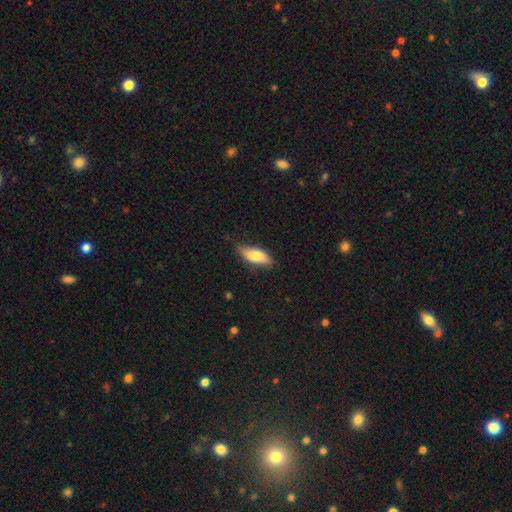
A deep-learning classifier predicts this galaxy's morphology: A smooth galaxy with no disk features (77%) that is in between round and cigar-shaped (78%).

Vote fractions:
- Smooth or featured? smooth: 77% / featured or disk: 17% / star or artifact: 6%
- How rounded? in between: 78% / cigar-shaped: 19% / round: 3%
- Merging? none: 73% / minor disturbance: 23% / major disturbance: 4% / merger: 1%